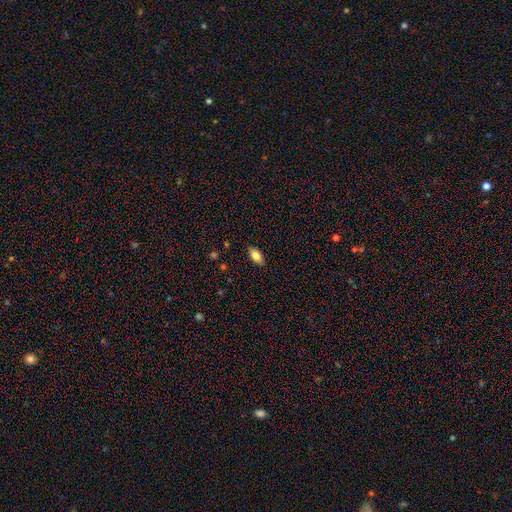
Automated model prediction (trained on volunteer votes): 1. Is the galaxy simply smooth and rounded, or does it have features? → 77% smooth, 15% featured or disk, 8% star or artifact.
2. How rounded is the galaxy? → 87% in between, 10% cigar-shaped, 3% round.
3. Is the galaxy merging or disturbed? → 87% none, 10% minor disturbance, 2% major disturbance, 1% merger.